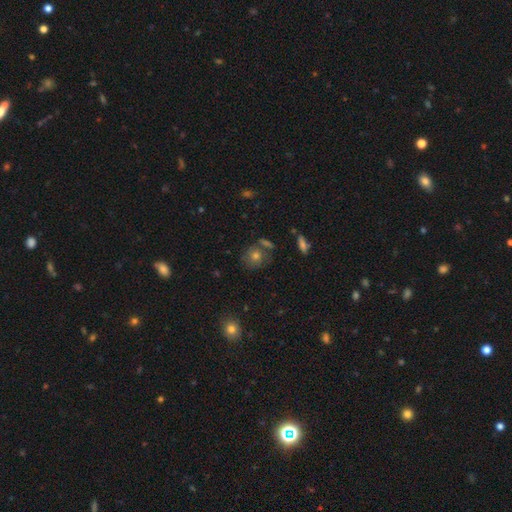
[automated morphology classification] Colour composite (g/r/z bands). It shows a smooth galaxy with no disk features (60%) that is round (81%). Merging: none (70%).